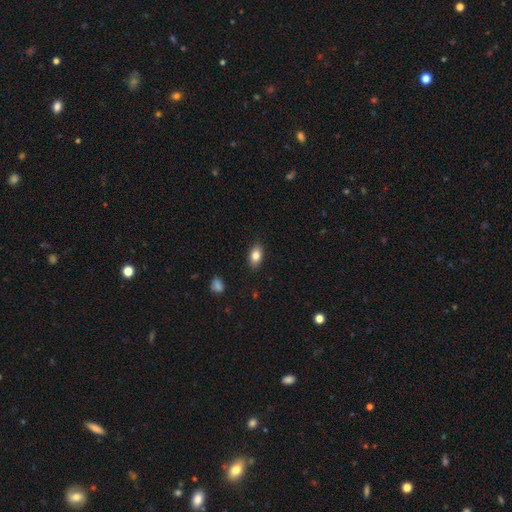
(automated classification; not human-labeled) The model was most divided on "smooth or featured": smooth: 82%, featured or disk: 10%, star or artifact: 8%. More confident: merging — none (87%); how rounded — in between (87%).